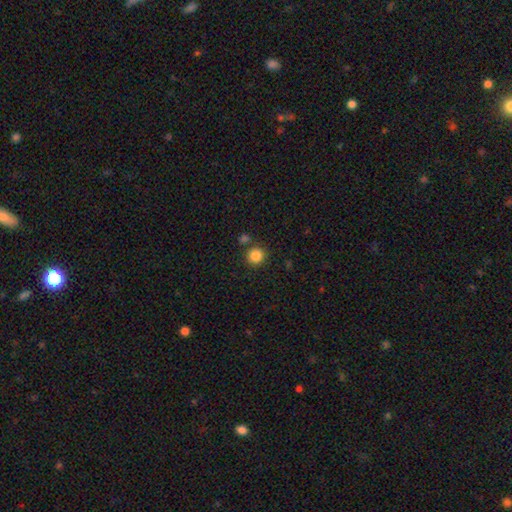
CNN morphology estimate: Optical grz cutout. It shows a smooth galaxy with no disk features (85%) that is round (93%). Merging: none (82%).